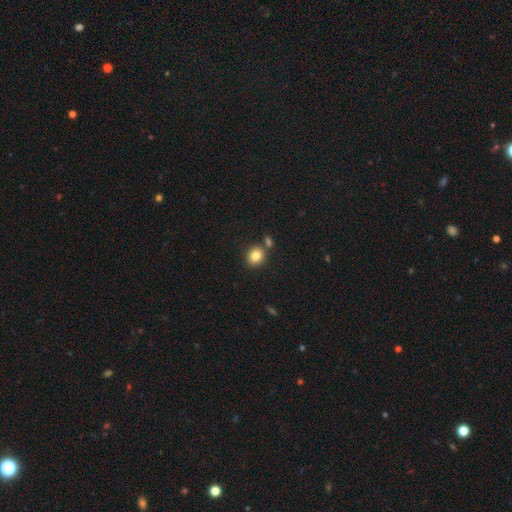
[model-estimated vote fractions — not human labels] A smooth galaxy with no disk features (81%) that is round (72%). Merging: none (73%).